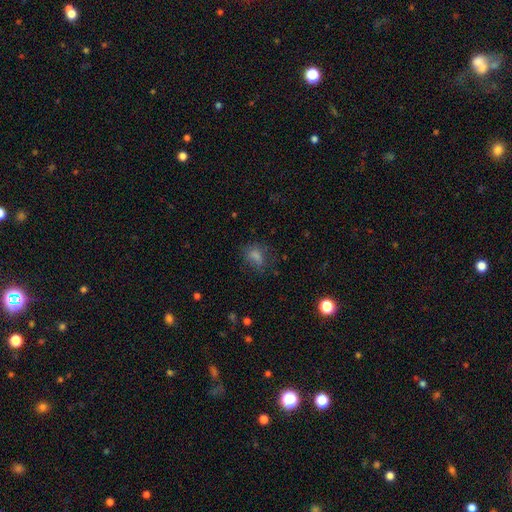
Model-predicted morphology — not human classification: Smooth or featured: smooth — 64% (star or artifact — 22%)
How rounded: in between — 60% (round — 37%)
Merging: none — 62% (minor disturbance — 21%)